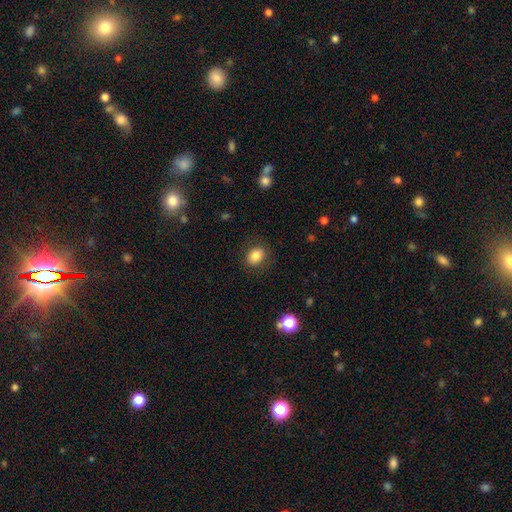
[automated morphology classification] smooth-or-featured: smooth: 83% | star or artifact: 9% | featured or disk: 8%
  how-rounded: in between: 51% | round: 48% | cigar-shaped: 1%
  merging: none: 84% | minor disturbance: 11% | major disturbance: 4% | merger: 1%